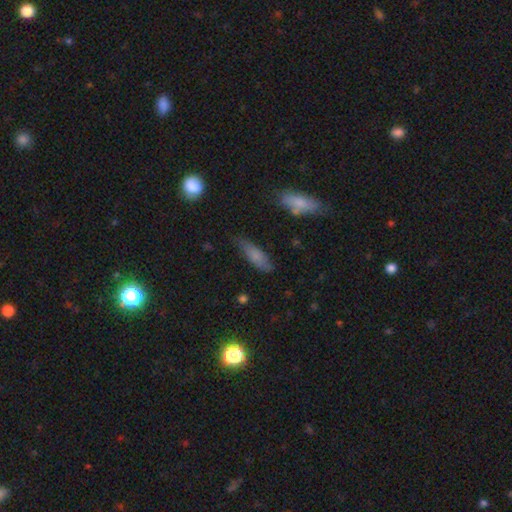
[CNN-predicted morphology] Smooth or featured? Predicted: smooth (p=0.73). How rounded? Predicted: in between (p=0.55). Merging? Predicted: none (p=0.66).